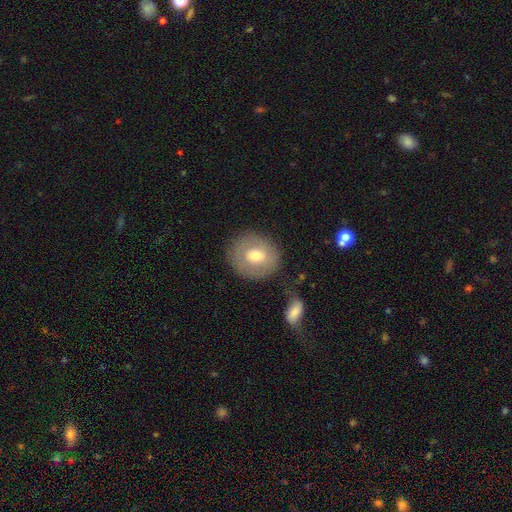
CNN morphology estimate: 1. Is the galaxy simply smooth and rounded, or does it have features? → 56% smooth, 37% featured or disk, 7% star or artifact.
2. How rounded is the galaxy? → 70% round, 29% in between, 1% cigar-shaped.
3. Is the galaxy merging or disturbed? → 75% none, 14% minor disturbance, 6% major disturbance, 5% merger.